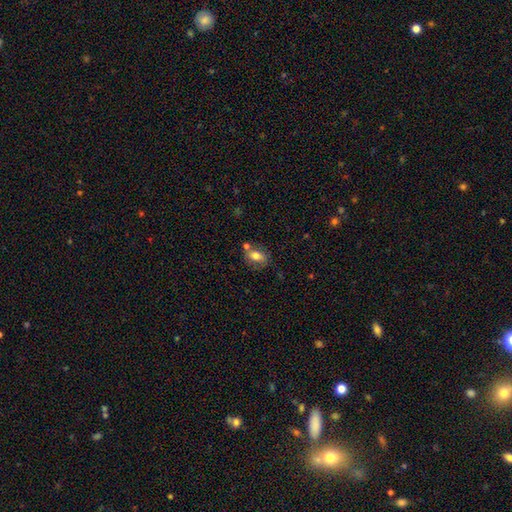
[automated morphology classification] This is likely a smooth galaxy (76%). How rounded: likely in between (75%). Merging: possibly none (55%).